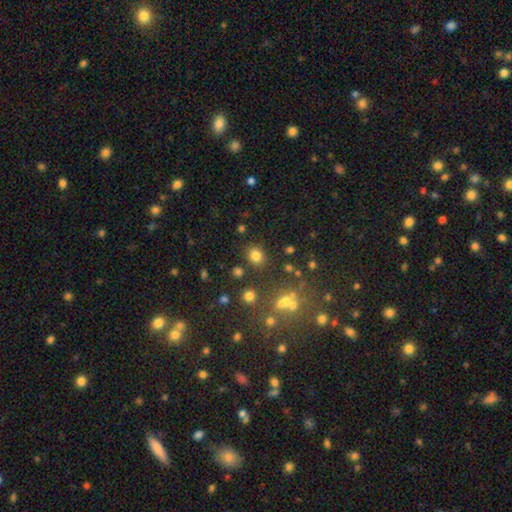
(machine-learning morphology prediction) Smooth or featured? Predicted: smooth (p=0.77). How rounded? Predicted: round (p=0.64). Merging? Predicted: none (p=0.81).